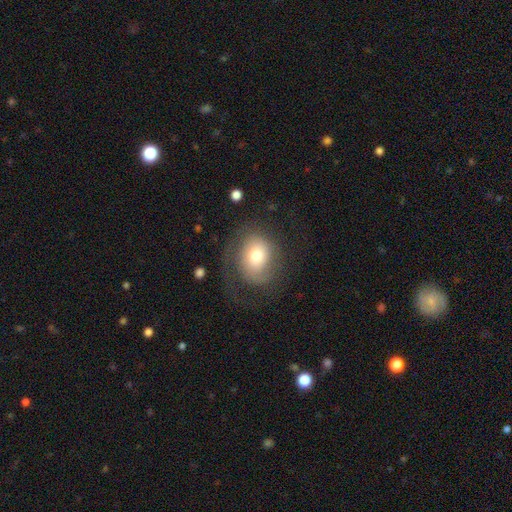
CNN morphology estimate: This appears to be a smooth galaxy with no disk features (56%) that is round (61%). Merging: none (57%).